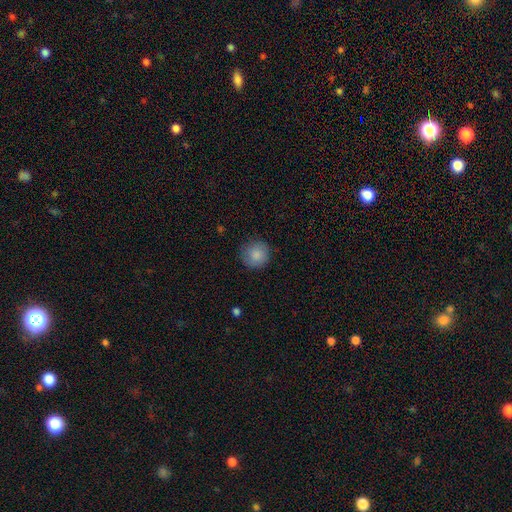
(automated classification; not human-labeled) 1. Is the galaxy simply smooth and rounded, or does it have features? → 86% smooth, 8% star or artifact, 6% featured or disk.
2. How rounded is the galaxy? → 94% round, 5% in between, 1% cigar-shaped.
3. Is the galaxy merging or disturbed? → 87% none, 10% minor disturbance, 3% major disturbance, 1% merger.